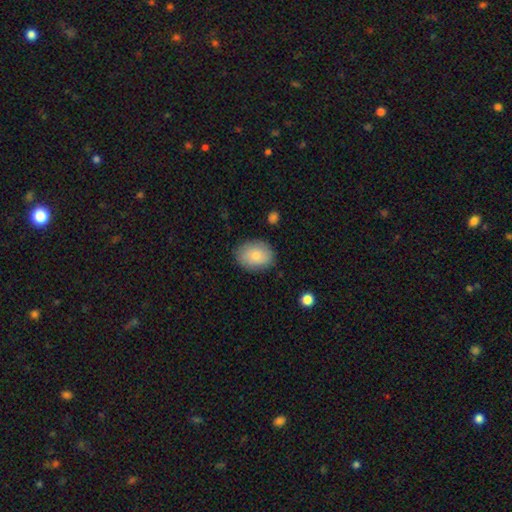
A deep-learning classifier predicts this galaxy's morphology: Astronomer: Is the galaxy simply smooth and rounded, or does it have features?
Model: smooth — 83%.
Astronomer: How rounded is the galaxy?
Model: in between — 69%.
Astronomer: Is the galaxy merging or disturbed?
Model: none — 83%.